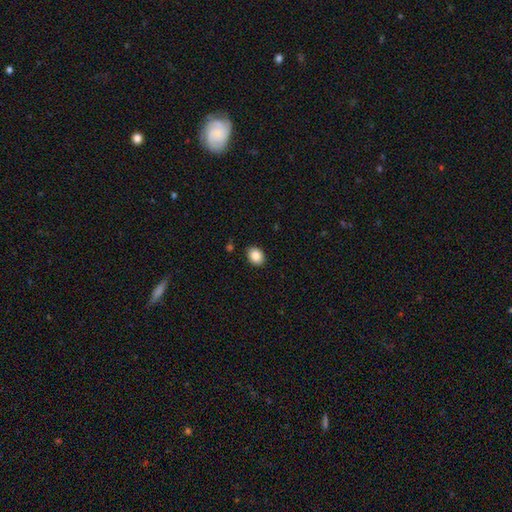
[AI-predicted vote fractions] Smooth or featured?
  - smooth: 87% *
  - star or artifact: 8%
  - featured or disk: 5%
How rounded?
  - in between: 70% *
  - round: 29%
  - cigar-shaped: 1%
Merging?
  - none: 90% *
  - minor disturbance: 7%
  - major disturbance: 2%
  - merger: 1%